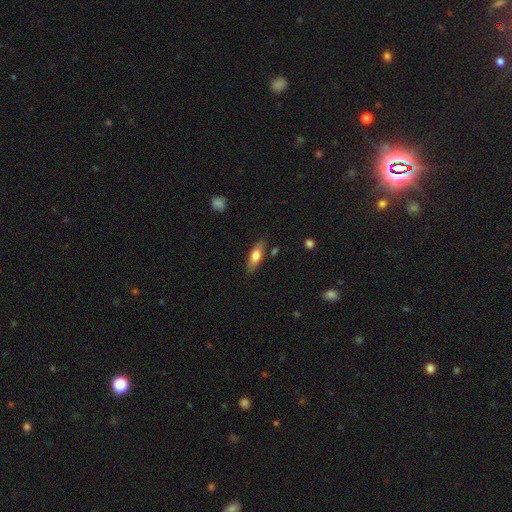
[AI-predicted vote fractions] smooth 68%, featured or disk 26%, star or artifact 6%. Down the decision tree: how rounded — in between (60%); merging — none (82%).